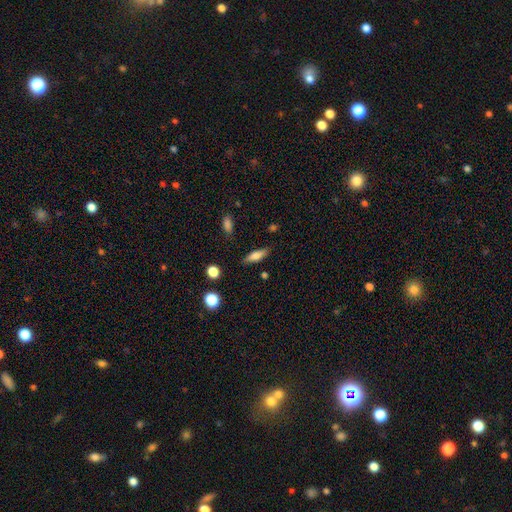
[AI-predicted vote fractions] smooth_or_featured: smooth (p=0.71) [alt: featured or disk p=0.21]
how_rounded: in between (p=0.53) [alt: cigar-shaped p=0.44]
merging: none (p=0.83) [alt: minor disturbance p=0.12]